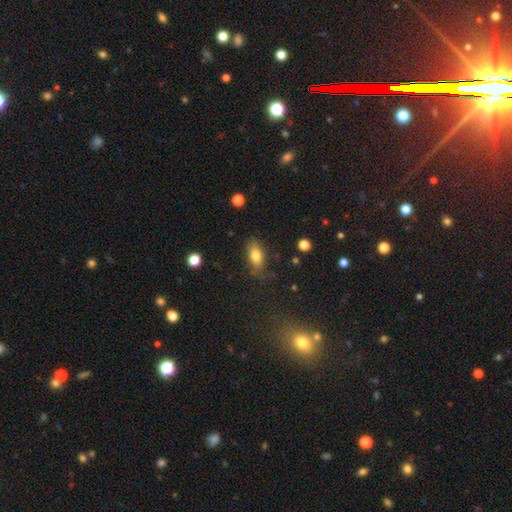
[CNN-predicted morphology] Q: Smooth or featured?
A: smooth (78%); runner-up: featured or disk (13%)
Q: How rounded?
A: in between (83%); runner-up: cigar-shaped (10%)
Q: Merging?
A: none (77%); runner-up: minor disturbance (17%)